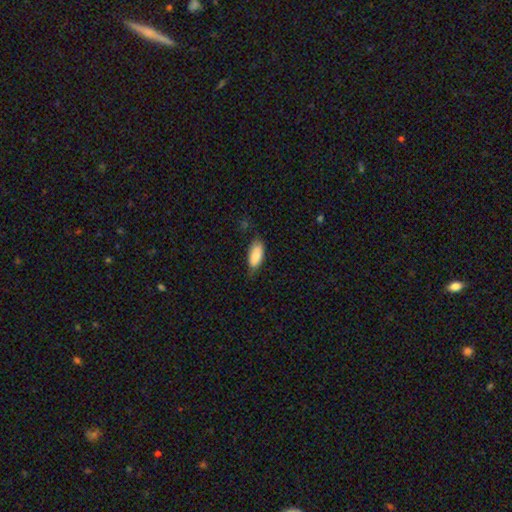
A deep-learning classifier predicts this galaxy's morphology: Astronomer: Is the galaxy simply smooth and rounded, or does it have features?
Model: smooth — 86%.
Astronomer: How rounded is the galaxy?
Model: in between — 86%.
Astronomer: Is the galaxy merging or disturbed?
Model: none — 66%.